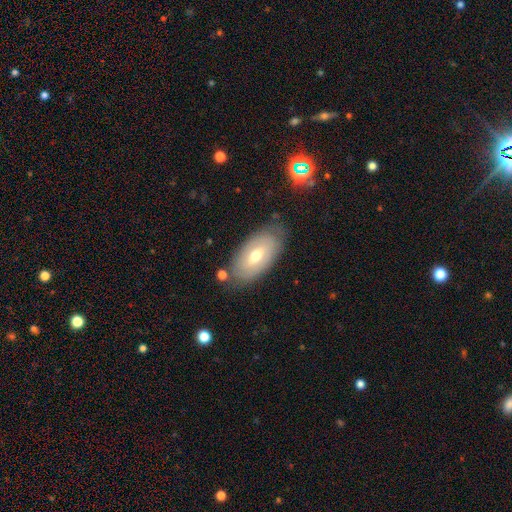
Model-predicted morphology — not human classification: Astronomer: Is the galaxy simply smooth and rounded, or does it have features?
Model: smooth — 51% (runner-up: featured or disk, 43%).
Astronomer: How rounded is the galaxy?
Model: in between — 92%.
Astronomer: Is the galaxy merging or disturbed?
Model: none — 76%.